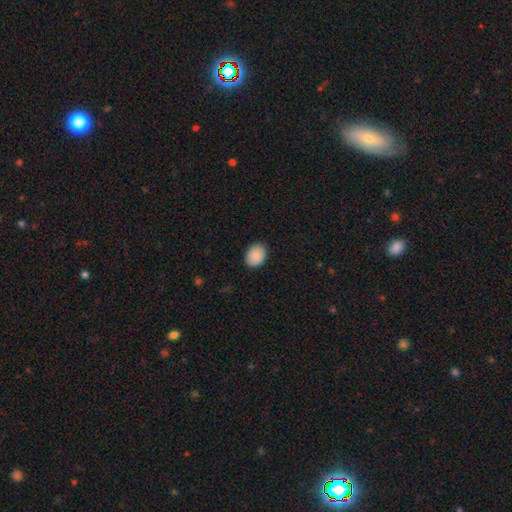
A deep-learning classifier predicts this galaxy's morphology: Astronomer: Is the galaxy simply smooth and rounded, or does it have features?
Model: smooth — 89%.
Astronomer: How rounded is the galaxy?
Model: in between — 57% (runner-up: round, 42%).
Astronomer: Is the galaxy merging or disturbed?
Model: none — 87%.